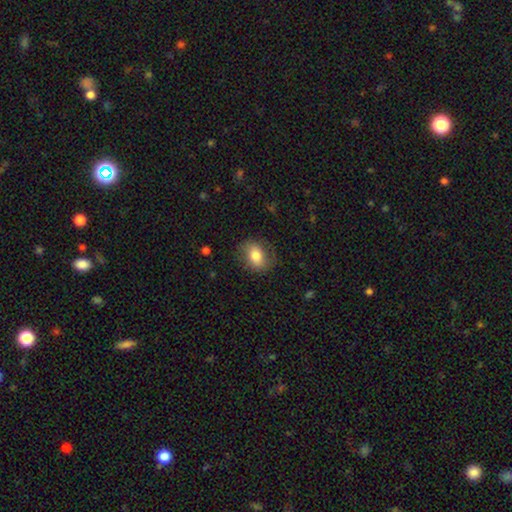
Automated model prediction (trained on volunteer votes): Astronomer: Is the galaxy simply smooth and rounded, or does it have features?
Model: smooth — 73%.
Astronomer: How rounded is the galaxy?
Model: in between — 67%.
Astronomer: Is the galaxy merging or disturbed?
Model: none — 76%.